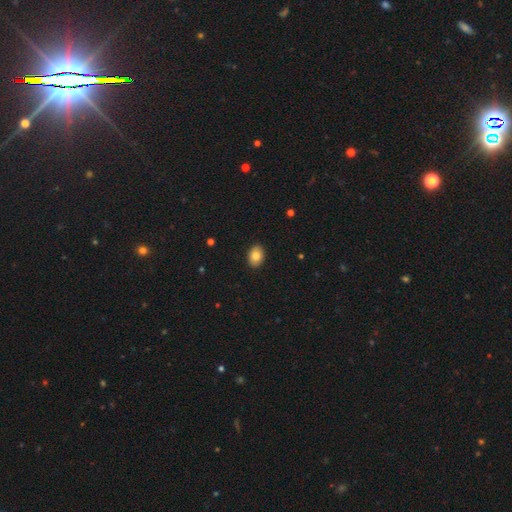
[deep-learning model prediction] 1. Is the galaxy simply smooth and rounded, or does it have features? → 84% smooth, 8% star or artifact, 8% featured or disk.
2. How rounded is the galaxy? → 78% in between, 21% round, 1% cigar-shaped.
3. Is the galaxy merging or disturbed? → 90% none, 7% minor disturbance, 2% major disturbance, 1% merger.